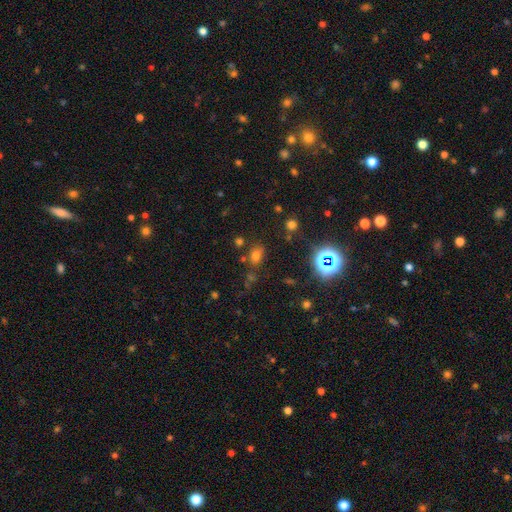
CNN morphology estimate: Smooth or featured? Predicted: smooth (p=0.62). How rounded? Predicted: in between (p=0.64). Merging? Predicted: none (p=0.71).